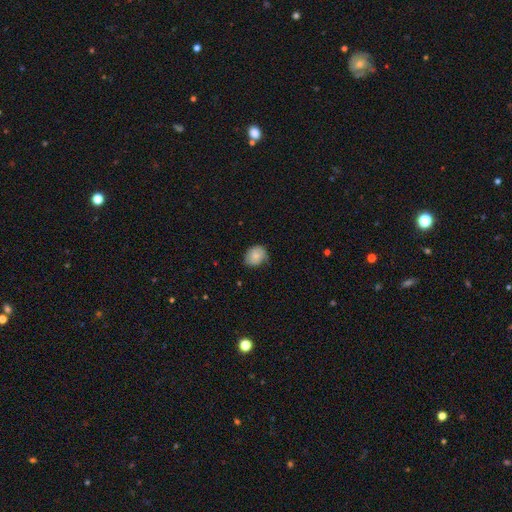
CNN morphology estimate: A smooth galaxy with no disk features (75%) that is round (54%).

Vote fractions:
- Smooth or featured? smooth: 75% / featured or disk: 17% / star or artifact: 8%
- How rounded? round: 54% / in between: 46% / cigar-shaped: 1%
- Merging? none: 68% / minor disturbance: 26% / major disturbance: 4% / merger: 1%